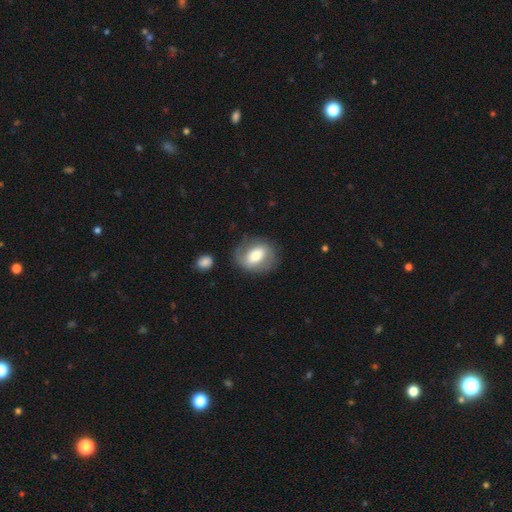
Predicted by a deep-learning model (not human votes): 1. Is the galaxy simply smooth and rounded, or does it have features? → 54% smooth, 39% featured or disk, 7% star or artifact.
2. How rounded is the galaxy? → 57% in between, 42% round, 1% cigar-shaped.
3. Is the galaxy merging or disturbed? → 70% none, 18% minor disturbance, 9% major disturbance, 3% merger.